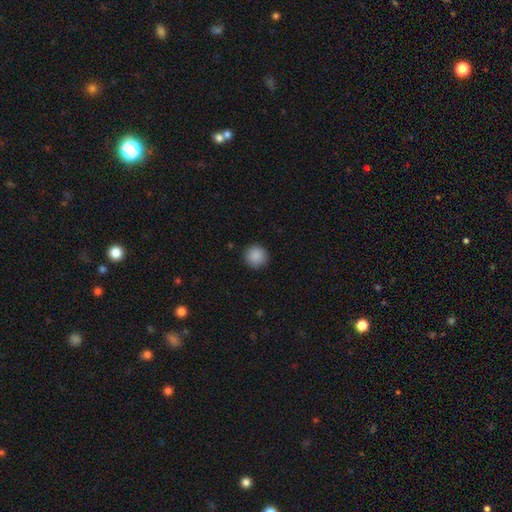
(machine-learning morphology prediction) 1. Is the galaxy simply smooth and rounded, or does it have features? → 89% smooth, 8% star or artifact, 3% featured or disk.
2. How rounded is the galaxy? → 95% round, 4% in between, 1% cigar-shaped.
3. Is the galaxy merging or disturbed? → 91% none, 6% minor disturbance, 2% major disturbance, 1% merger.